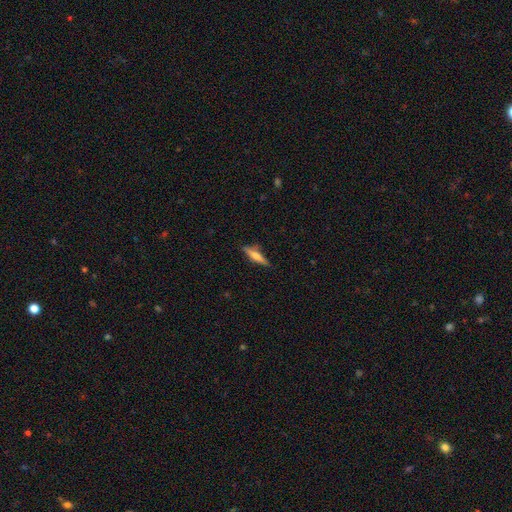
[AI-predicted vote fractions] The model was most divided on "smooth or featured": smooth: 48%, featured or disk: 46%, star or artifact: 6%. More confident: merging — none (84%).